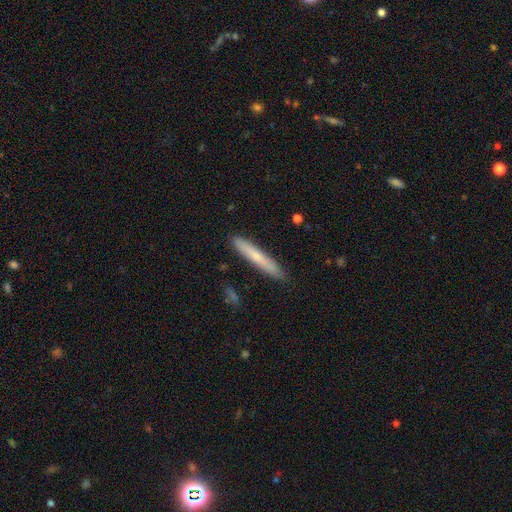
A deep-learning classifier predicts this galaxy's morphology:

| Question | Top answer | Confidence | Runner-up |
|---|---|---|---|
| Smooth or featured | smooth | 62% | featured or disk (32%) |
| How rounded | cigar-shaped | 95% | in between (4%) |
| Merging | none | 88% | minor disturbance (9%) |